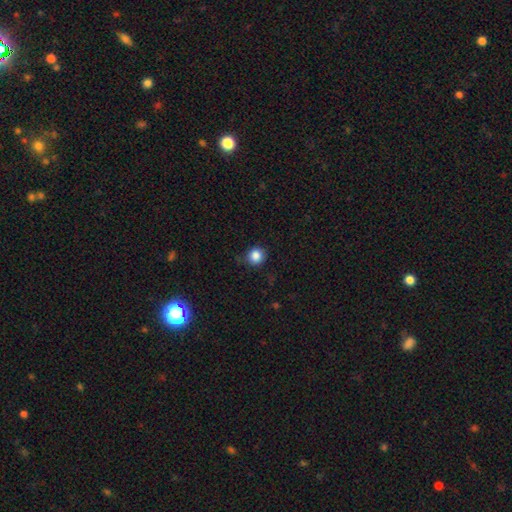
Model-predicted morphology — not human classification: This appears to be a smooth galaxy with no disk features (86%) that is round (89%). Merging: none (83%).